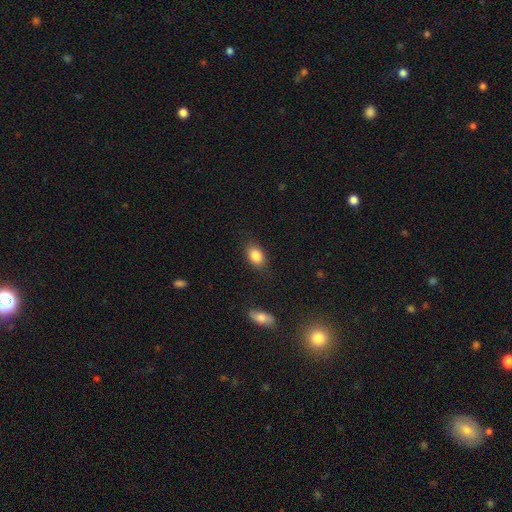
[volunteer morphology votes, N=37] This appears to be a smooth galaxy with no disk features (86%) that is in between round and cigar-shaped (84%). Merging: none (74%).